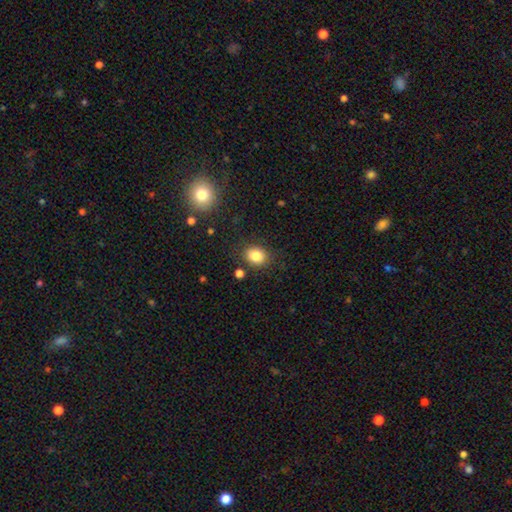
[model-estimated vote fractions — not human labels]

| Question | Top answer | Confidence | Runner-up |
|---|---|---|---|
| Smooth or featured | smooth | 83% | star or artifact (11%) |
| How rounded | round | 53% | in between (46%) |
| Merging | none | 81% | minor disturbance (12%) |